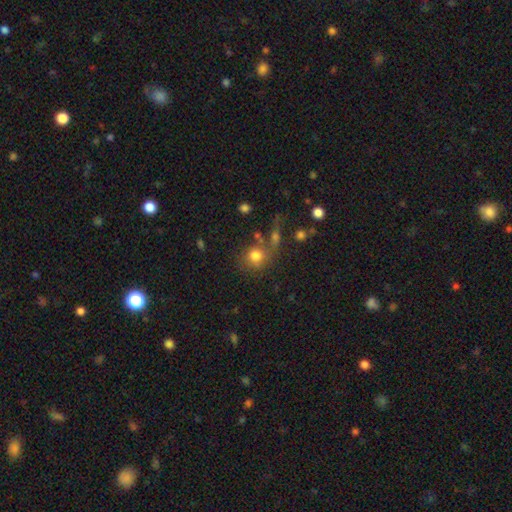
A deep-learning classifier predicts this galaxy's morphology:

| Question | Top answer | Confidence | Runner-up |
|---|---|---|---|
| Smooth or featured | smooth | 77% | star or artifact (12%) |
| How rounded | round | 79% | in between (20%) |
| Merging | none | 56% | merger (18%) |